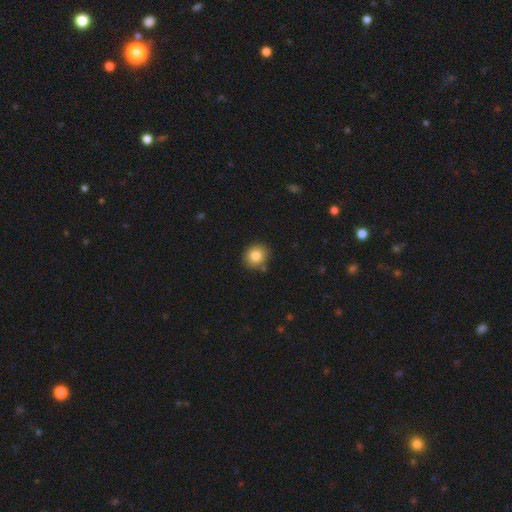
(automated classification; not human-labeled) A smooth galaxy with no disk features (83%) that is round (82%).

Vote fractions:
- Smooth or featured? smooth: 83% / star or artifact: 10% / featured or disk: 7%
- How rounded? round: 82% / in between: 17% / cigar-shaped: 1%
- Merging? none: 86% / minor disturbance: 9% / merger: 3% / major disturbance: 2%